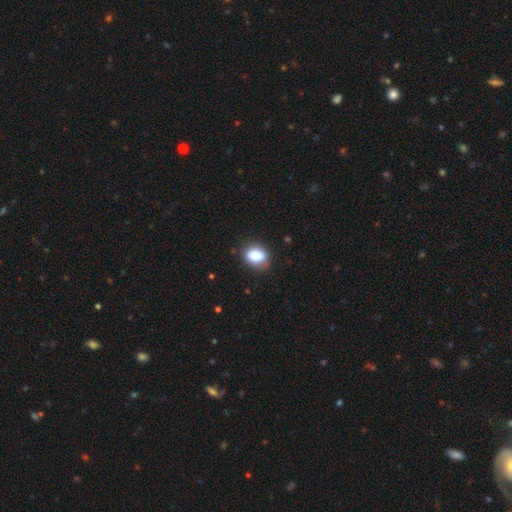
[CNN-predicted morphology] This is clearly a smooth galaxy (85%). How rounded: likely in between (63%). Merging: likely none (79%).